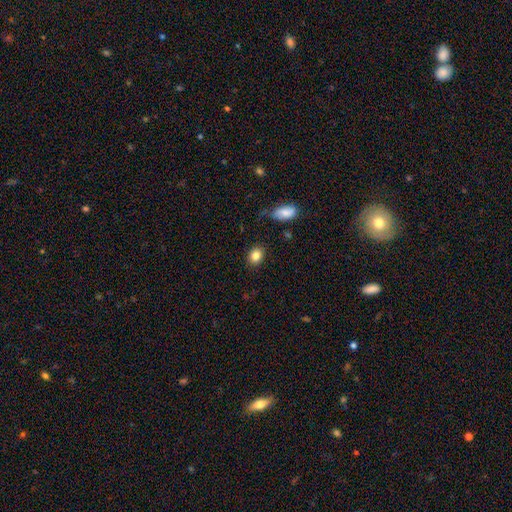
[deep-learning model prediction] Smooth or featured?
  - smooth: 84% *
  - star or artifact: 9%
  - featured or disk: 7%
How rounded?
  - in between: 53% *
  - round: 46%
  - cigar-shaped: 1%
Merging?
  - none: 86% *
  - minor disturbance: 10%
  - major disturbance: 2%
  - merger: 2%